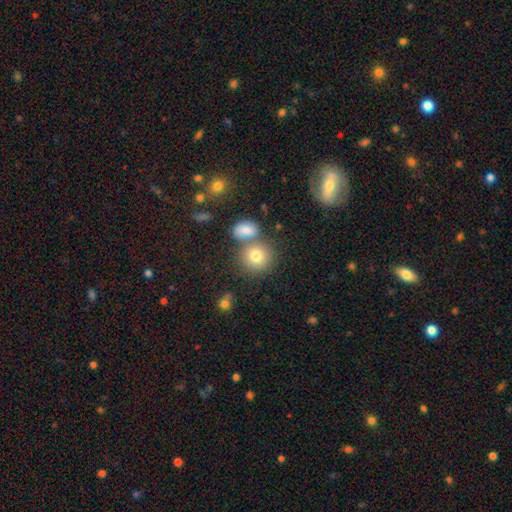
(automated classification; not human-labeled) Q: Smooth or featured?
A: smooth (78%); runner-up: star or artifact (11%)
Q: How rounded?
A: round (85%); runner-up: in between (14%)
Q: Merging?
A: none (60%); runner-up: merger (28%)